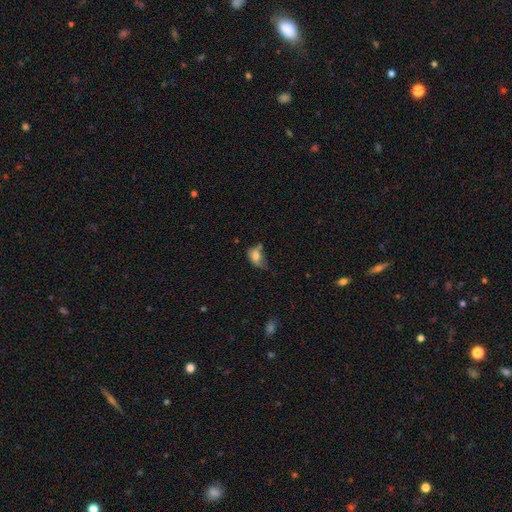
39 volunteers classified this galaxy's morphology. smooth 79%, featured or disk 10%, star or artifact 10%. Down the decision tree: how rounded — in between (81%); merging — minor disturbance (37%).